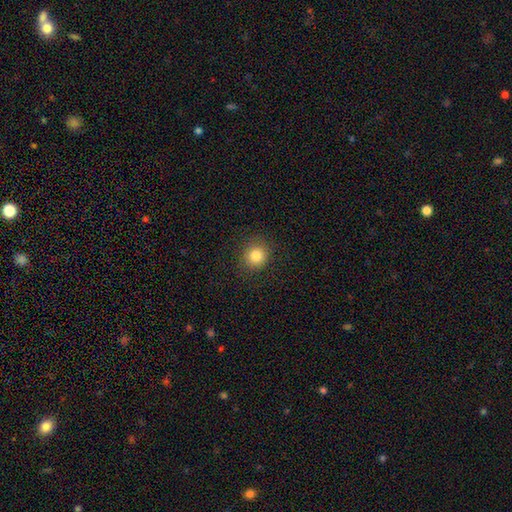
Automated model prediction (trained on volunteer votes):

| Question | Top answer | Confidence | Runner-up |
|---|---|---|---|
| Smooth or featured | smooth | 82% | star or artifact (11%) |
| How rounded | round | 86% | in between (13%) |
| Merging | none | 88% | minor disturbance (8%) |